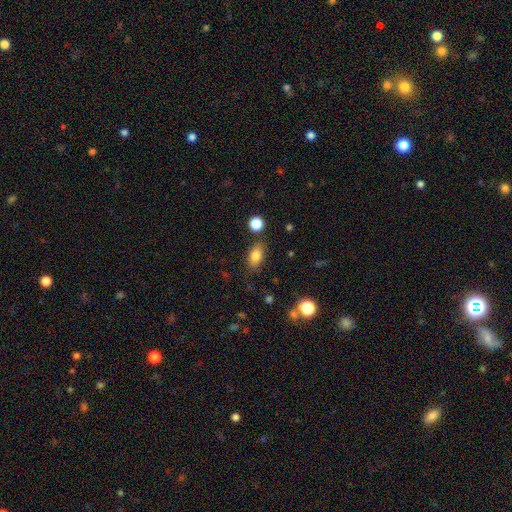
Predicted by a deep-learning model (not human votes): Overall: smooth (81%). How rounded: in between (85%). Merging: none (79%).